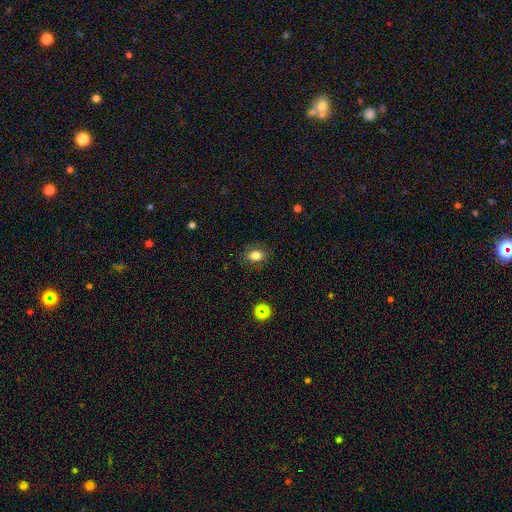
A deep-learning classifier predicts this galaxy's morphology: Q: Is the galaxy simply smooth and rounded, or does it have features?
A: smooth — 80%.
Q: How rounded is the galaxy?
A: in between — 67%.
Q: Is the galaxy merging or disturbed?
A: none — 84%.